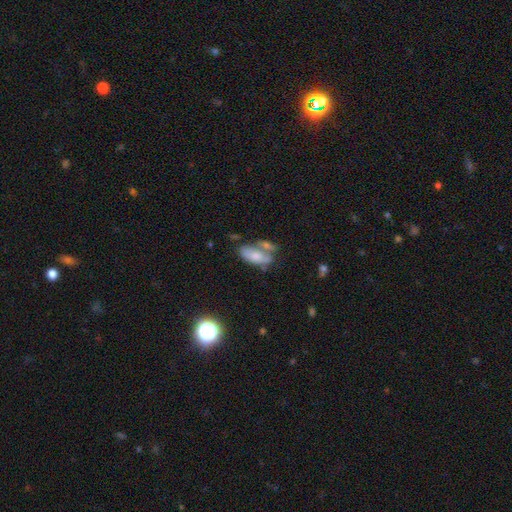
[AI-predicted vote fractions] Morphology: type=smooth (65%); roundness=in between (89%); merging=merger (36%).